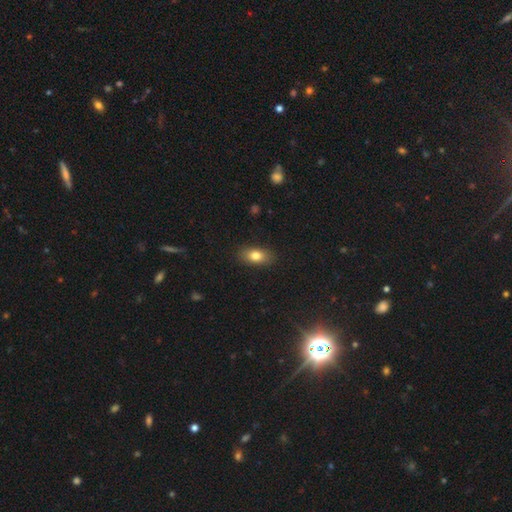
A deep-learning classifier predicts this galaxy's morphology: A smooth galaxy with no disk features (80%) that is in between round and cigar-shaped (86%). Merging: none (87%).